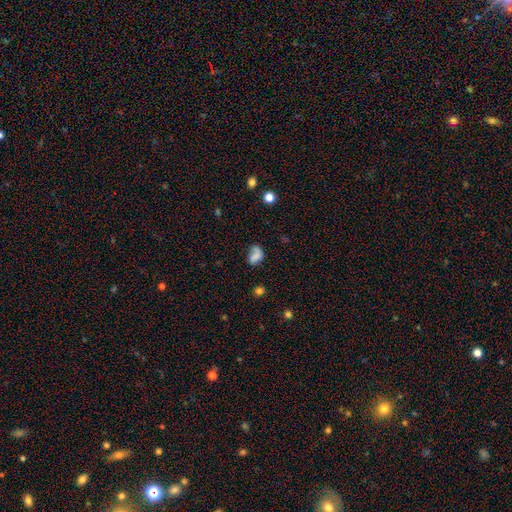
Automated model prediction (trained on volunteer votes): This is likely a smooth galaxy (62%). How rounded: likely in between (74%). Merging: marginally none (43%).